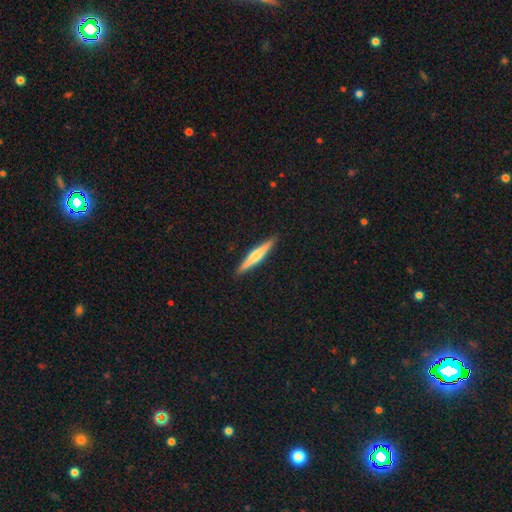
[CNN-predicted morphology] Overall: featured or disk (56%; smooth 39%). Edge-on disk: yes (98%). Edge-on bulge: rounded (76%). Merging: none (92%).